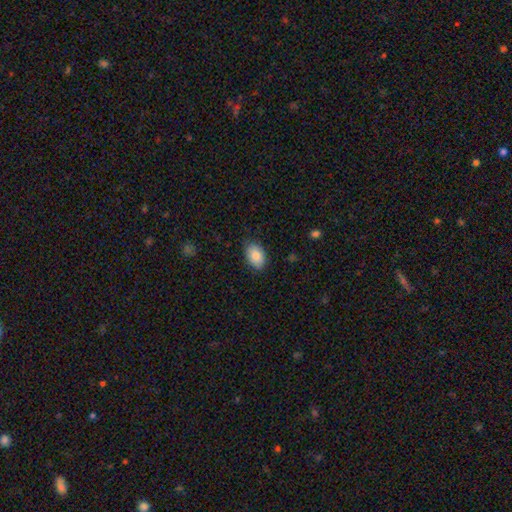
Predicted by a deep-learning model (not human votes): This appears to be a smooth galaxy with no disk features (85%) that is in between round and cigar-shaped (86%). Merging: none (84%).